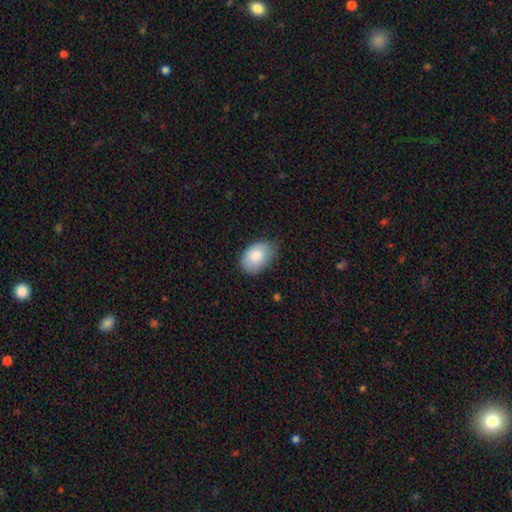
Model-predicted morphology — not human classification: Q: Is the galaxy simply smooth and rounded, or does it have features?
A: smooth — 86%.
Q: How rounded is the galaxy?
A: in between — 87%.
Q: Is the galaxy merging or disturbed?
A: none — 72%.